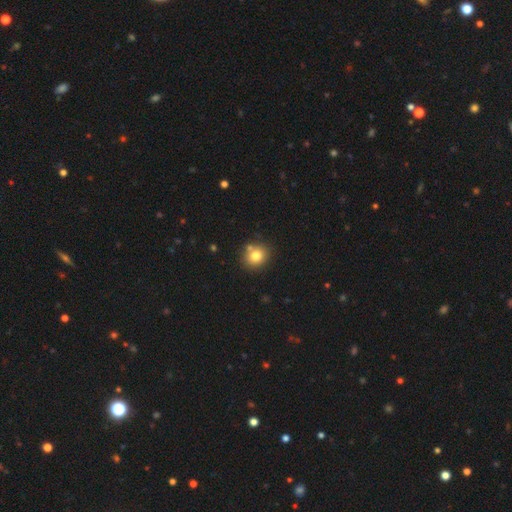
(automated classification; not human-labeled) This appears to be a smooth galaxy with no disk features (79%) that is round (77%). Merging: none (74%).